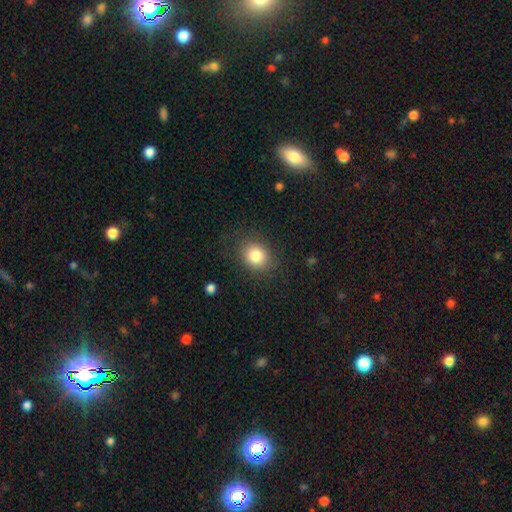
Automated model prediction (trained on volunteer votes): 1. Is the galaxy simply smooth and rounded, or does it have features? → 82% smooth, 9% star or artifact, 8% featured or disk.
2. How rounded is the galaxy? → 63% round, 36% in between, 1% cigar-shaped.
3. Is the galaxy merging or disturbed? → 81% none, 12% minor disturbance, 6% major disturbance, 1% merger.